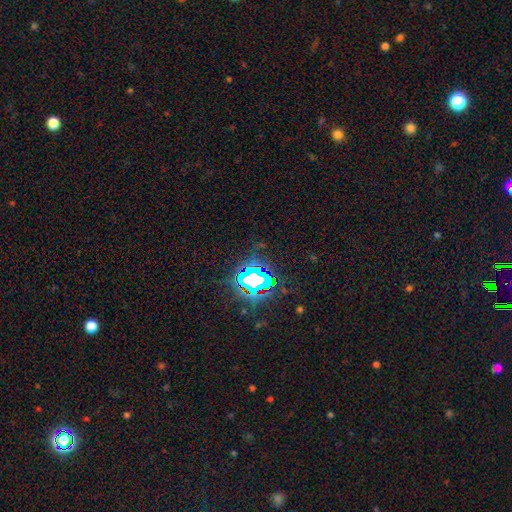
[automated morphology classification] star or artifact 78%, smooth 14%, featured or disk 9%.